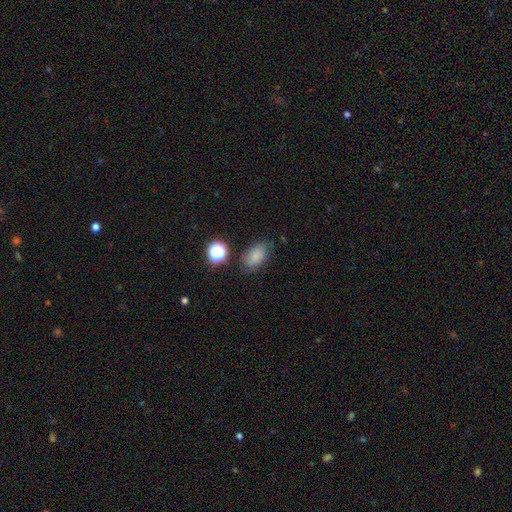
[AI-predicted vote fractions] Smooth or featured: smooth — 76% (star or artifact — 13%)
How rounded: in between — 86% (round — 13%)
Merging: none — 70% (minor disturbance — 20%)